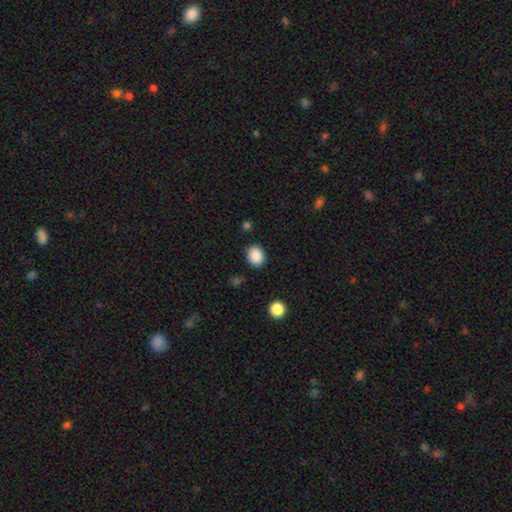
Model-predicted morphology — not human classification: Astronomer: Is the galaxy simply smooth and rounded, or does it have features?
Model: smooth — 88%.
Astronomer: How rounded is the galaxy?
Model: in between — 53% (runner-up: round, 47%).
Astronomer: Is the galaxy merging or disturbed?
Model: none — 86%.